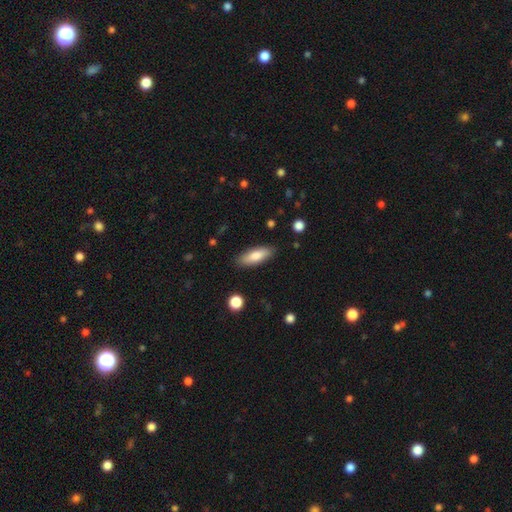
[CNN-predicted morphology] The model was most divided on "how rounded": in between: 63%, cigar-shaped: 35%, round: 2%. More confident: merging — none (86%); smooth or featured — smooth (80%).